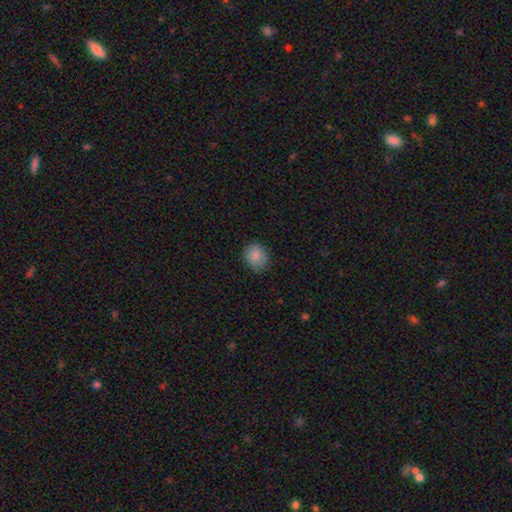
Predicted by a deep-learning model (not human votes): Smooth or featured: smooth — 85% (star or artifact — 8%)
How rounded: round — 62% (in between — 37%)
Merging: none — 79% (minor disturbance — 17%)